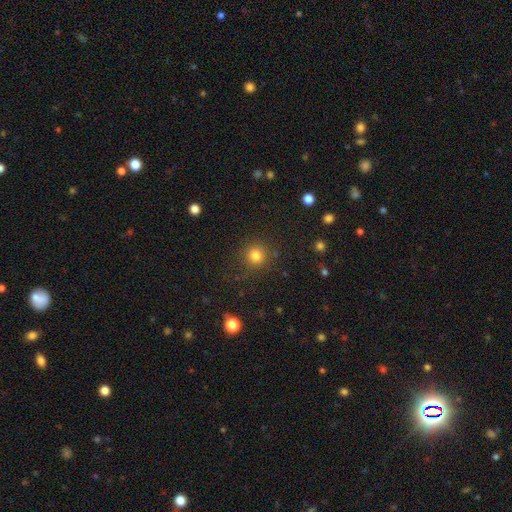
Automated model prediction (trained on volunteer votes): Overall: smooth (81%). How rounded: round (93%). Merging: none (85%).